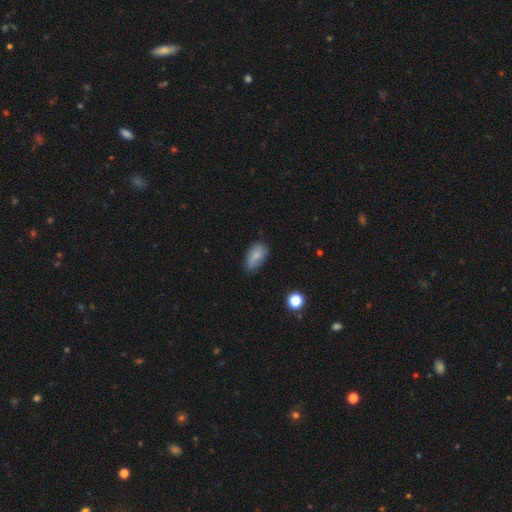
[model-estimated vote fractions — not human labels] This is likely a smooth galaxy (79%). How rounded: clearly in between (91%). Merging: likely none (64%).